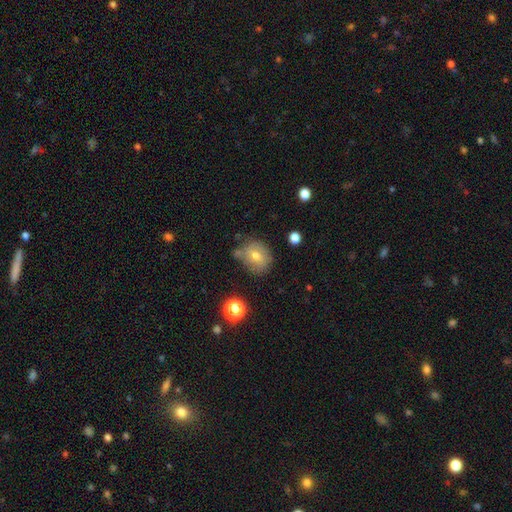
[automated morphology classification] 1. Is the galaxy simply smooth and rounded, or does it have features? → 64% smooth, 23% featured or disk, 13% star or artifact.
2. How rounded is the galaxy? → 71% round, 28% in between, 1% cigar-shaped.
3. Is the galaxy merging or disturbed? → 64% none, 22% minor disturbance, 8% merger, 6% major disturbance.